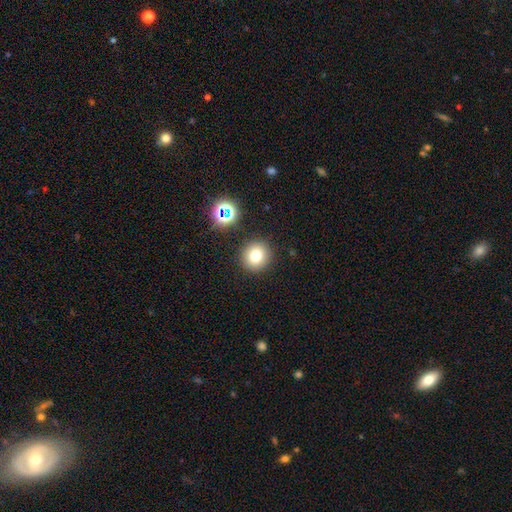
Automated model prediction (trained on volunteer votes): Smooth or featured: smooth — 74% (star or artifact — 16%)
How rounded: round — 93% (in between — 6%)
Merging: none — 89% (minor disturbance — 6%)